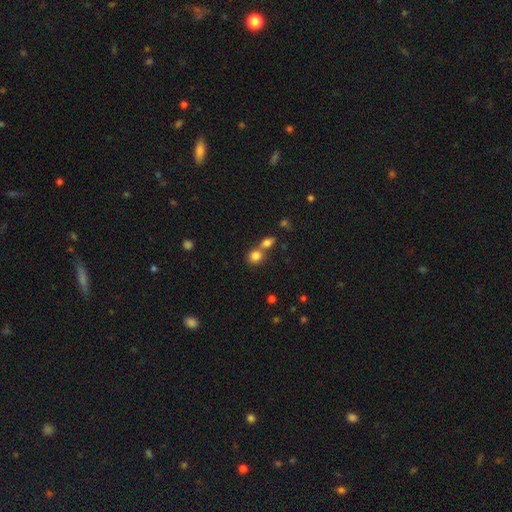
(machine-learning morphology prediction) The model was most divided on "merging": merger: 49%, none: 41%, minor disturbance: 7%, major disturbance: 3%. More confident: smooth or featured — smooth (81%); how rounded — round (75%).